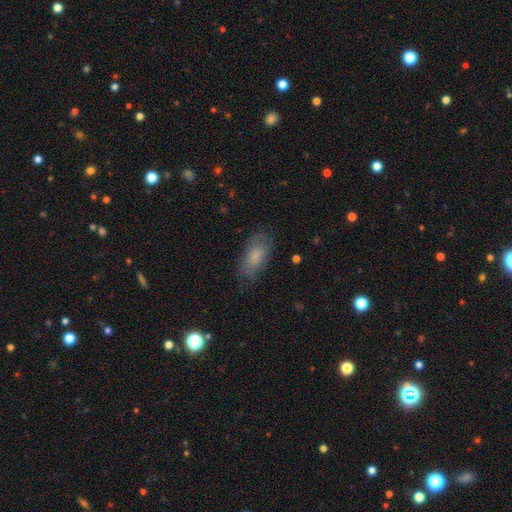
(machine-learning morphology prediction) Overall: smooth (79%). How rounded: in between (88%). Merging: none (77%).